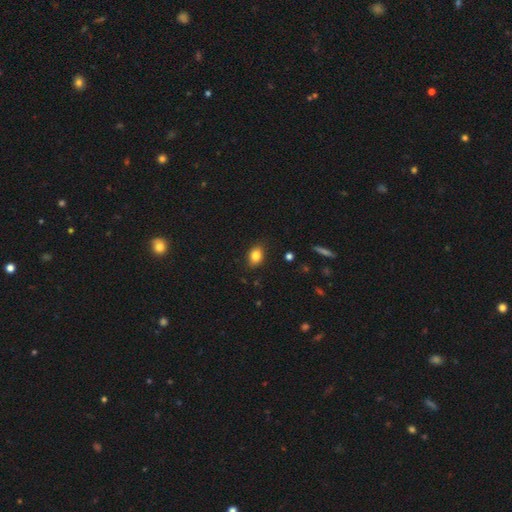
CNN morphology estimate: smooth 83%, star or artifact 10%, featured or disk 8%. Down the decision tree: how rounded — in between (71%); merging — none (84%).